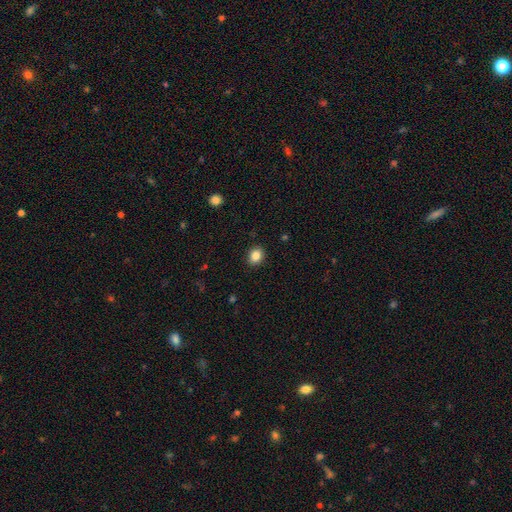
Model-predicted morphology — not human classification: smooth-or-featured: smooth: 85% | star or artifact: 10% | featured or disk: 5%
  how-rounded: round: 55% | in between: 44% | cigar-shaped: 1%
  merging: none: 90% | minor disturbance: 7% | major disturbance: 2% | merger: 1%